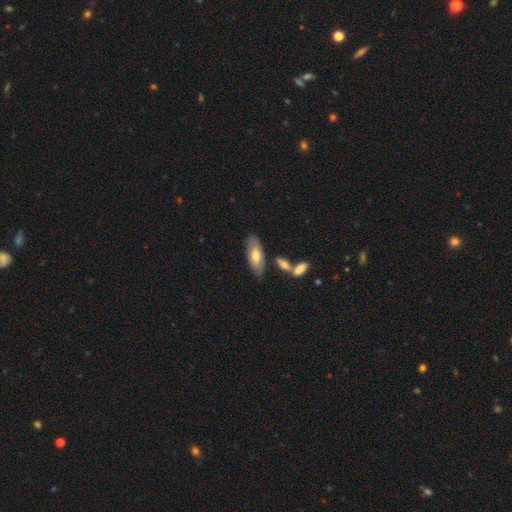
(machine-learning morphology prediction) type=smooth (64%); roundness=in between (79%); merging=none (73%).